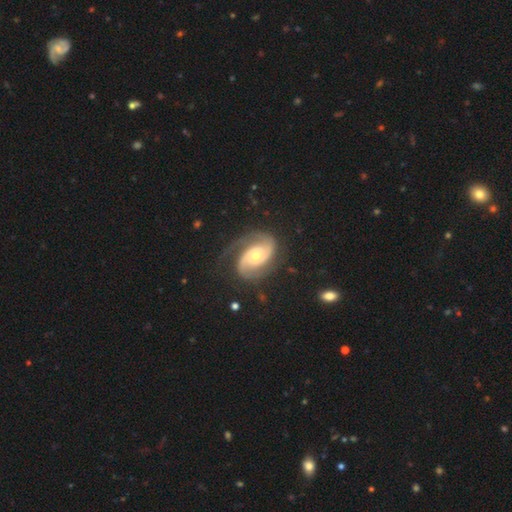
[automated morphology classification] Smooth or featured? Predicted: featured or disk (p=0.89). Edge-on disk? Predicted: no (p=0.97). Bar? Predicted: no (p=0.67). Spiral arms? Predicted: yes (p=0.97). Spiral winding? Predicted: medium (p=0.47). Spiral arm count? Predicted: 2 (p=0.89). Bulge size? Predicted: moderate (p=0.58). Merging? Predicted: none (p=0.70).